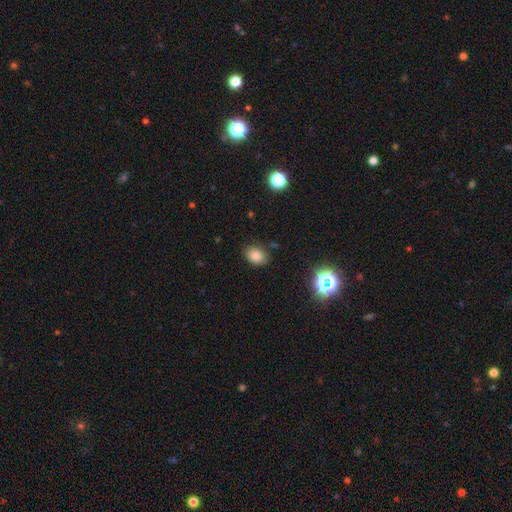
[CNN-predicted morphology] This appears to be a smooth galaxy with no disk features (81%) that is in between round and cigar-shaped (66%). Merging: none (82%).